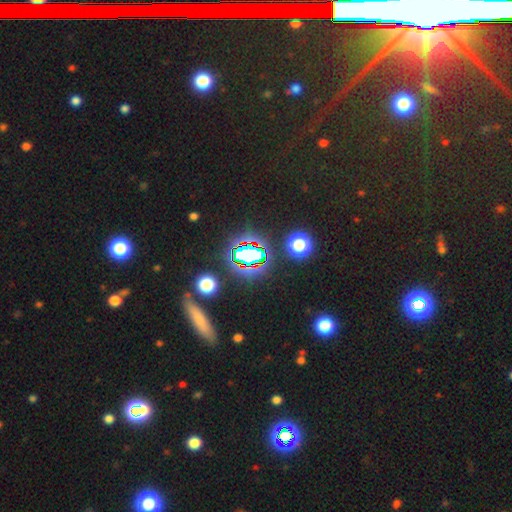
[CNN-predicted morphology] type=star or artifact (69%).